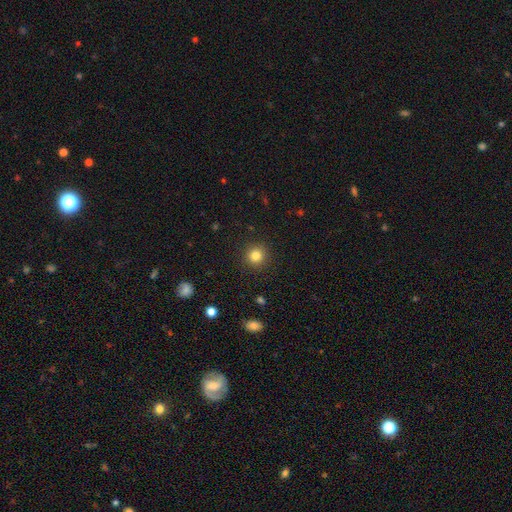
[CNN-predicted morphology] smooth-or-featured: smooth: 82% | star or artifact: 12% | featured or disk: 6%
  how-rounded: round: 93% | in between: 6% | cigar-shaped: 1%
  merging: none: 91% | minor disturbance: 6% | major disturbance: 2% | merger: 1%